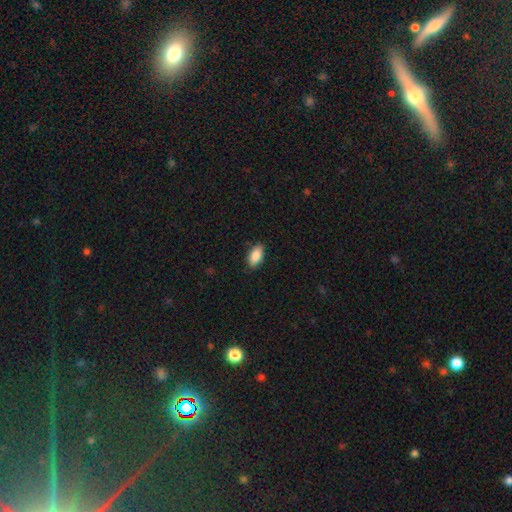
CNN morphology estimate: A smooth galaxy with no disk features (89%) that is in between round and cigar-shaped (93%).

Vote fractions:
- Smooth or featured? smooth: 89% / star or artifact: 6% / featured or disk: 5%
- How rounded? in between: 93% / cigar-shaped: 4% / round: 3%
- Merging? none: 85% / minor disturbance: 12% / major disturbance: 2% / merger: 1%